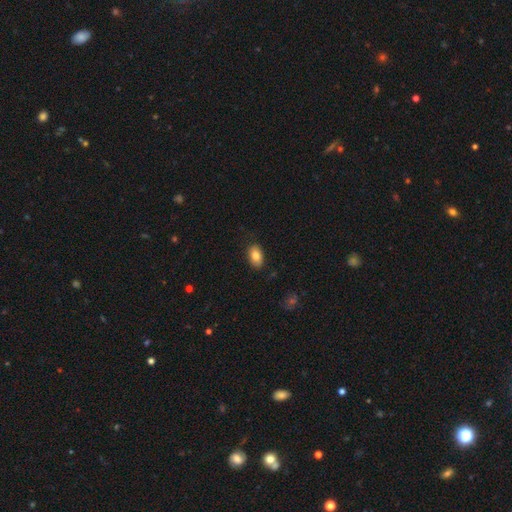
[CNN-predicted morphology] smooth_or_featured: smooth (p=0.84) [alt: featured or disk p=0.09]
how_rounded: in between (p=0.92) [alt: round p=0.06]
merging: none (p=0.85) [alt: minor disturbance p=0.11]